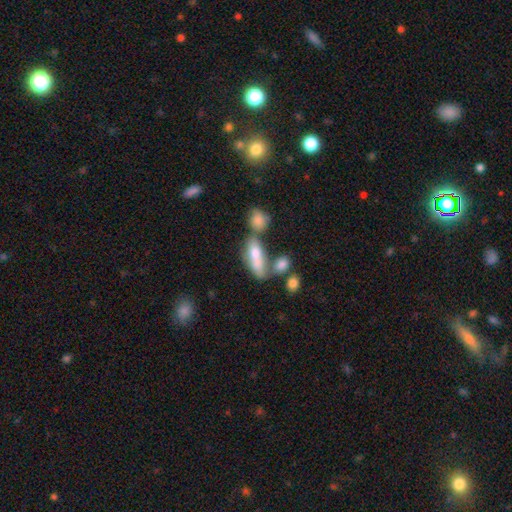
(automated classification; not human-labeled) Q: Smooth or featured?
A: smooth (69%); runner-up: featured or disk (23%)
Q: How rounded?
A: in between (70%); runner-up: cigar-shaped (25%)
Q: Merging?
A: merger (37%); tied with: none (37%)